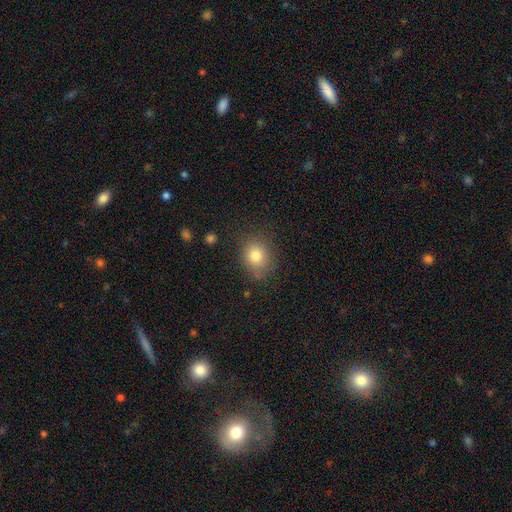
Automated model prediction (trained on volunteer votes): smooth_or_featured: smooth (p=0.80) [alt: star or artifact p=0.12]
how_rounded: round (p=0.68) [alt: in between p=0.31]
merging: none (p=0.79) [alt: minor disturbance p=0.14]